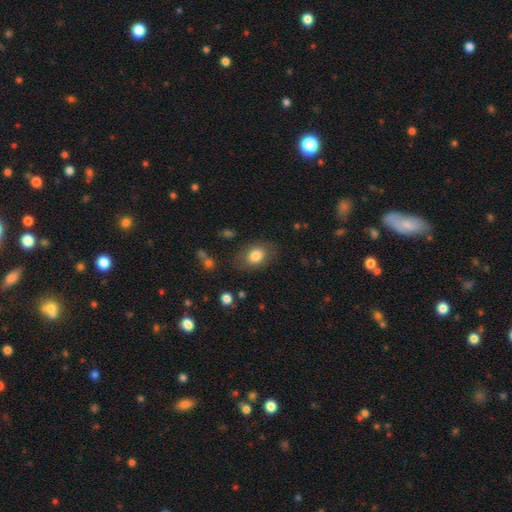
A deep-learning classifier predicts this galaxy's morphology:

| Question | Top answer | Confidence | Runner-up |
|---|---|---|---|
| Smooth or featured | smooth | 80% | featured or disk (12%) |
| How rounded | in between | 71% | round (28%) |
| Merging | none | 77% | minor disturbance (16%) |